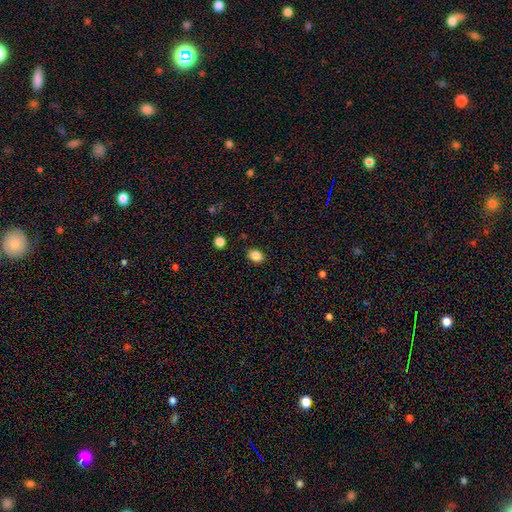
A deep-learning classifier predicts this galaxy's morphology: This is clearly a smooth galaxy (86%). How rounded: possibly in between (55%). Merging: clearly none (86%).